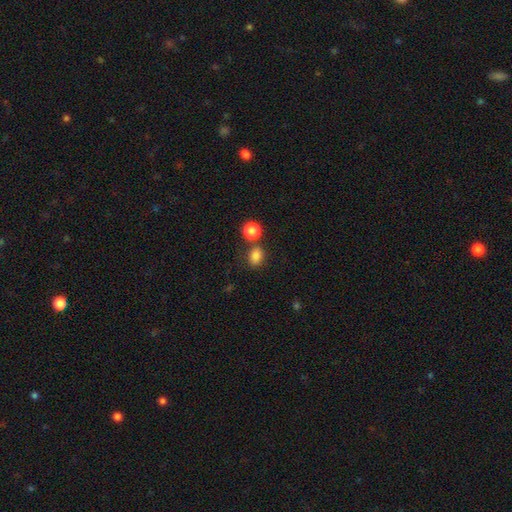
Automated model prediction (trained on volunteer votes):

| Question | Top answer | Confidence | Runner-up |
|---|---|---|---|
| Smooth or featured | smooth | 83% | star or artifact (11%) |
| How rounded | in between | 59% | round (40%) |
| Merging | none | 67% | merger (18%) |